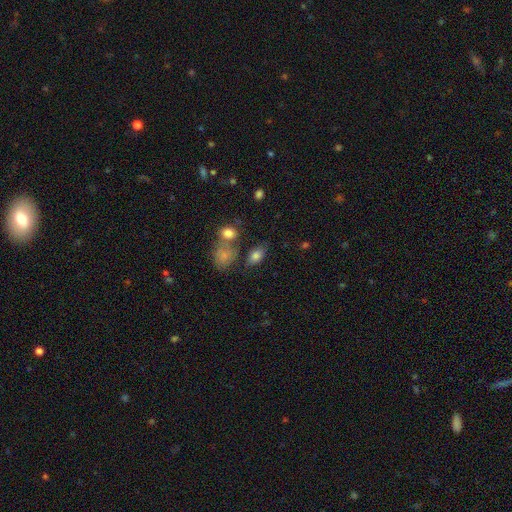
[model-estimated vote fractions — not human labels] Smooth or featured?
  - smooth: 80% *
  - featured or disk: 10%
  - star or artifact: 10%
How rounded?
  - in between: 86% *
  - round: 12%
  - cigar-shaped: 2%
Merging?
  - none: 63% *
  - minor disturbance: 16%
  - merger: 15%
  - major disturbance: 6%